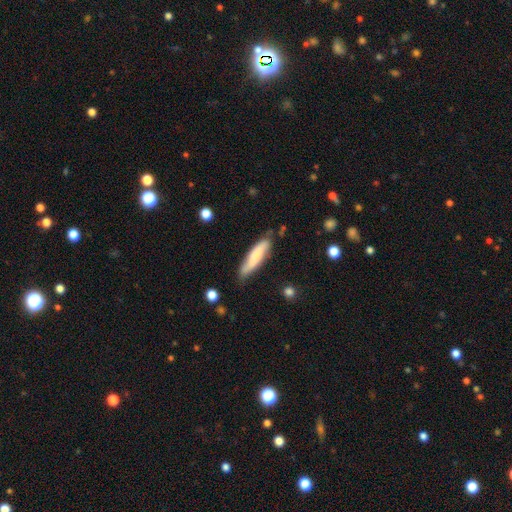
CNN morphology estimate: smooth_or_featured: smooth (p=0.62) [alt: featured or disk p=0.32]
how_rounded: cigar-shaped (p=0.74) [alt: in between p=0.24]
merging: none (p=0.74) [alt: minor disturbance p=0.20]